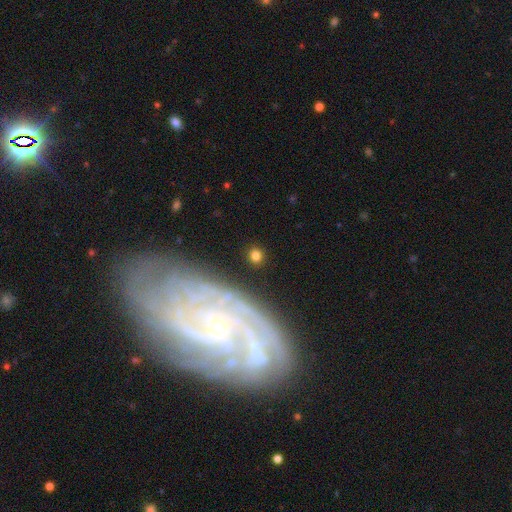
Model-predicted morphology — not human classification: smooth 73%, featured or disk 15%, star or artifact 12%. Down the decision tree: how rounded — round (85%); merging — none (86%).